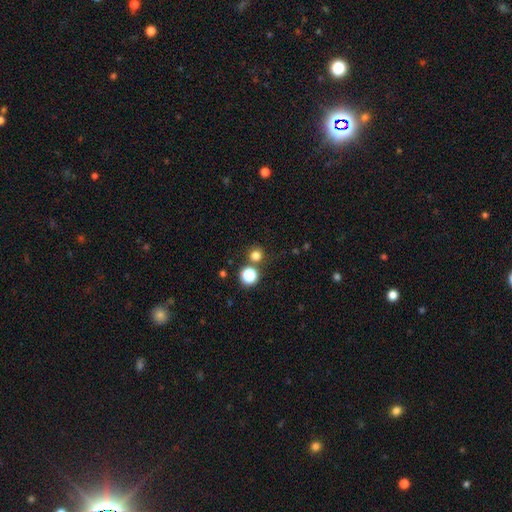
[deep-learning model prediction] The model was most divided on "smooth or featured": smooth: 76%, star or artifact: 19%, featured or disk: 5%. More confident: how rounded — round (92%); merging — none (76%).